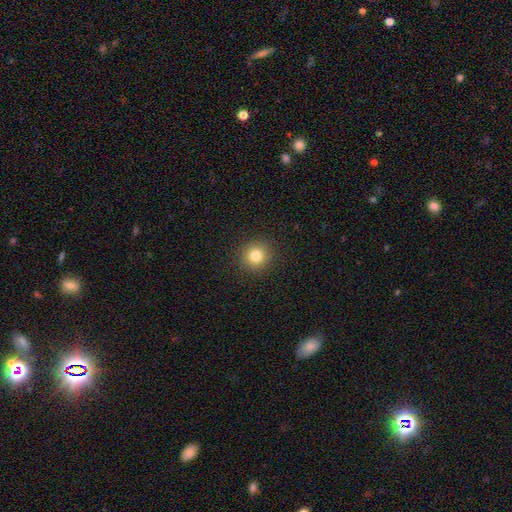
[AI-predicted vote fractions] Morphology: type=smooth (81%); roundness=round (93%); merging=none (92%).